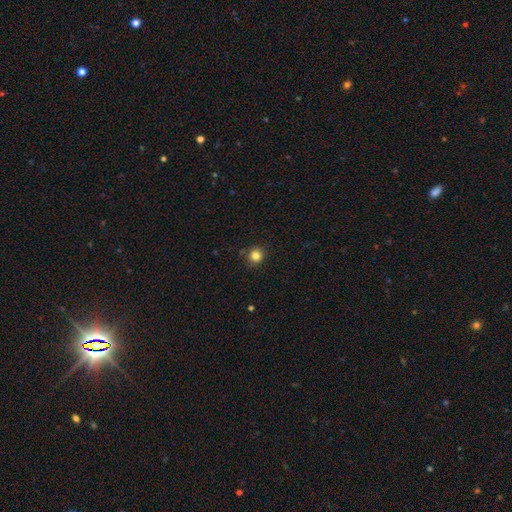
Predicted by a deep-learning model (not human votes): Q: Smooth or featured?
A: smooth (82%); runner-up: star or artifact (13%)
Q: How rounded?
A: round (92%); runner-up: in between (7%)
Q: Merging?
A: none (89%); runner-up: minor disturbance (7%)